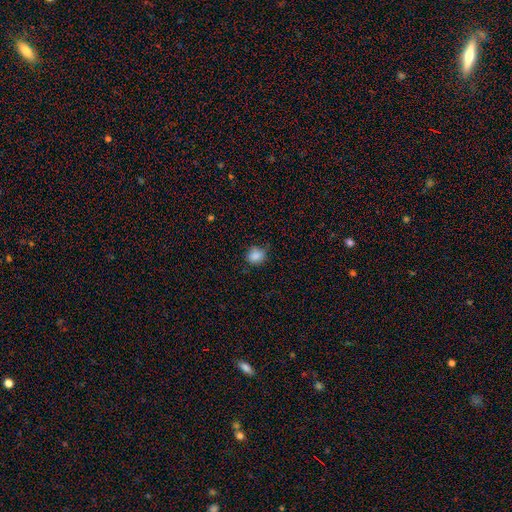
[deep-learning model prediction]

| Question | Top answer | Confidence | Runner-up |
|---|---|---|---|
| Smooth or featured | smooth | 85% | star or artifact (10%) |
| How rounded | round | 68% | in between (31%) |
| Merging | none | 71% | minor disturbance (23%) |